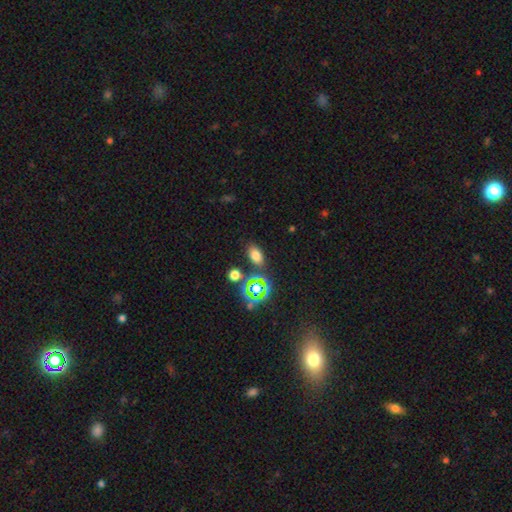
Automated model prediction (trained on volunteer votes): A smooth galaxy with no disk features (70%) that is in between round and cigar-shaped (85%). Merging: none (79%).